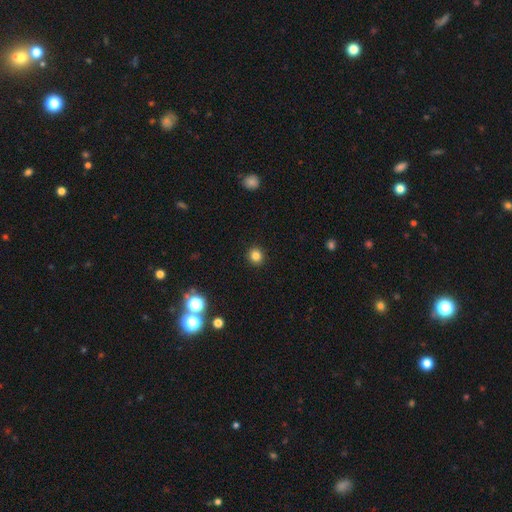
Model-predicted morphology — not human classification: smooth_or_featured: smooth (p=0.82) [alt: star or artifact p=0.13]
how_rounded: round (p=0.89) [alt: in between p=0.10]
merging: none (p=0.92) [alt: minor disturbance p=0.05]